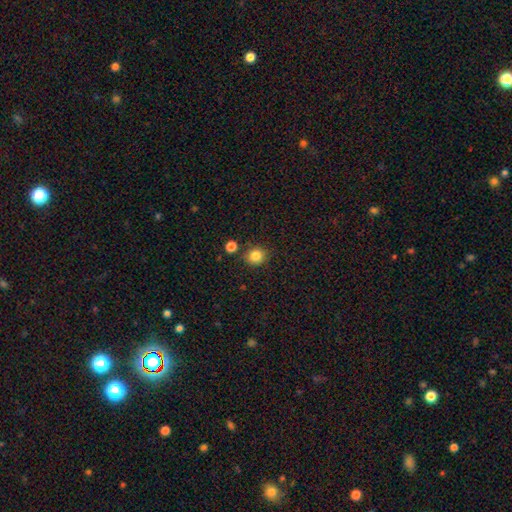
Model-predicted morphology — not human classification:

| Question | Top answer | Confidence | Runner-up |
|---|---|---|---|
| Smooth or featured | smooth | 83% | star or artifact (12%) |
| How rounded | round | 84% | in between (15%) |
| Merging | none | 83% | minor disturbance (9%) |